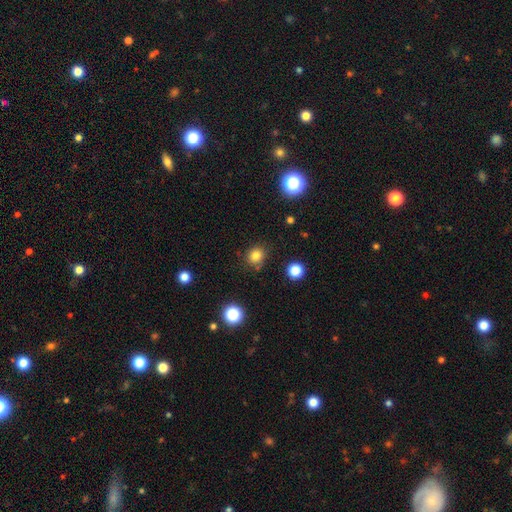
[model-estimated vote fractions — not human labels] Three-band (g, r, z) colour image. It shows a smooth galaxy with no disk features (81%) that is round (81%). Merging: none (81%).